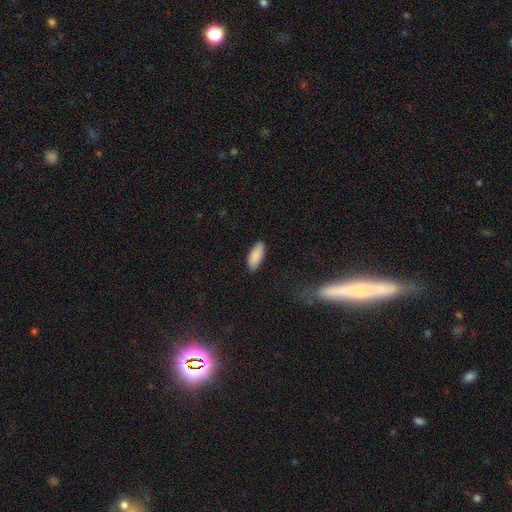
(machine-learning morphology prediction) Smooth or featured? smooth (89%)
How rounded? in between (82%)
Merging? none (87%)